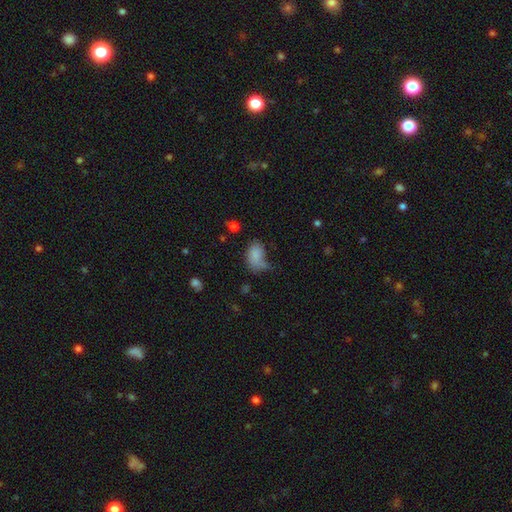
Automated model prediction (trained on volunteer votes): Morphology: type=smooth (79%); roundness=in between (85%); merging=none (35%).